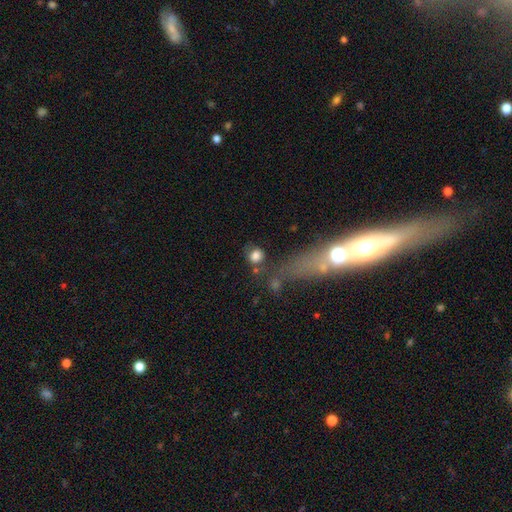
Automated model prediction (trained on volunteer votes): Morphology: type=smooth (80%); roundness=round (78%); merging=none (65%).